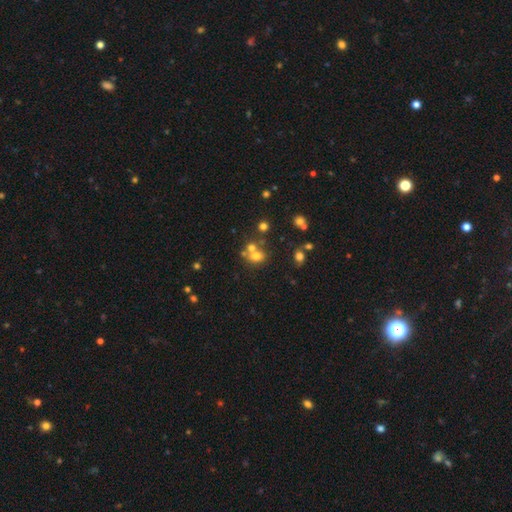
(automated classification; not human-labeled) This appears to be a smooth galaxy with no disk features (64%) that is round (61%). Merging: none (43%).